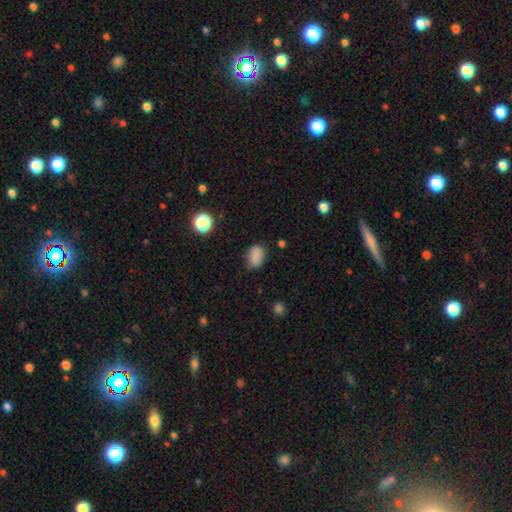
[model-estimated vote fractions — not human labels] Smooth or featured? smooth (83%)
How rounded? in between (74%)
Merging? none (74%)